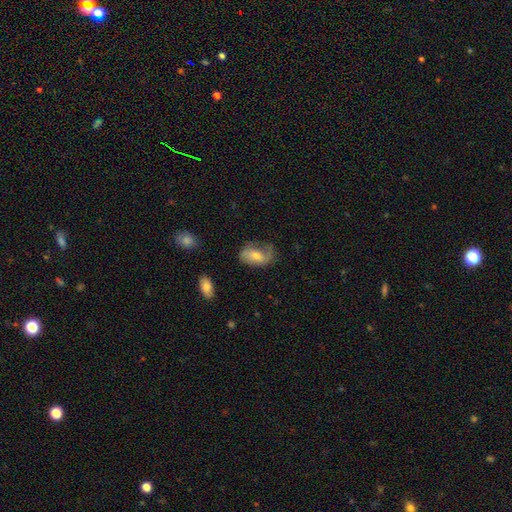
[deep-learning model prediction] This appears to be a featured or disk galaxy (50%). Merging: none (55%).